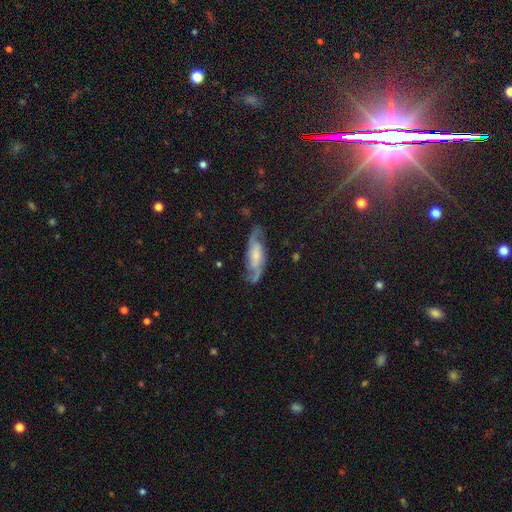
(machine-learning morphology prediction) A featured or disk galaxy (79%) with no bar (47%), 2 (89%) medium (49%) spiral arms (96%) and a small central bulge (37%).

Vote fractions:
- Smooth or featured? featured or disk: 79% / smooth: 13% / star or artifact: 7%
- Edge-on disk? no: 90% / yes: 10%
- Bar? no: 47% / weak: 38% / strong: 15%
- Spiral arms? yes: 96% / no: 4%
- Spiral winding? medium: 49% / loose: 26% / tight: 25%
- Spiral arm count? 2: 89% / can't tell: 5% / 3: 2% / 1: 2% / 4: 1% / more than 4: 1%
- Bulge size? small: 37% / moderate: 28% / none: 21% / large: 12% / dominant: 2%
- Merging? none: 75% / minor disturbance: 16% / major disturbance: 7% / merger: 2%